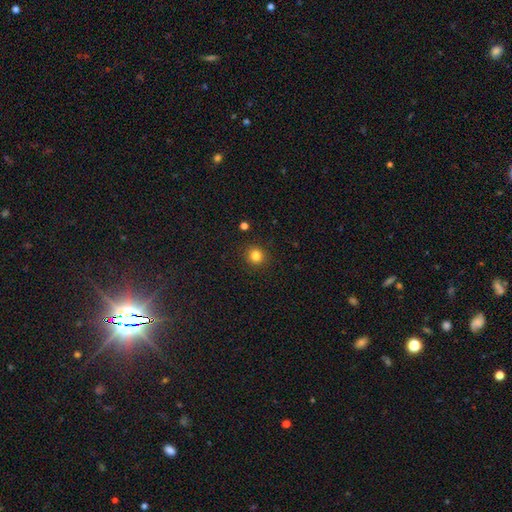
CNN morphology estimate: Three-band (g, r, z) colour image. It shows a smooth galaxy with no disk features (82%) that is round (92%). Merging: none (91%).